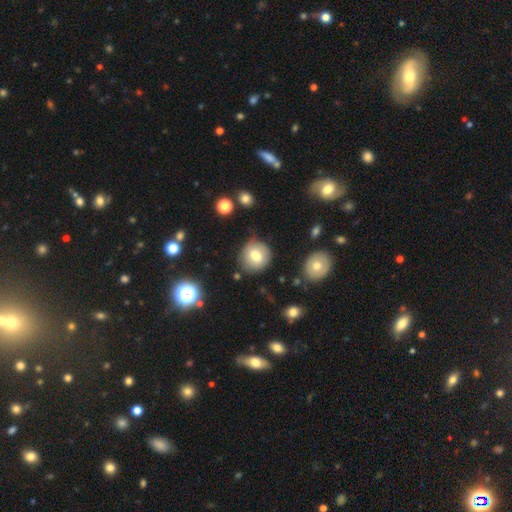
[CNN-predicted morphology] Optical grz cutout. It shows a smooth galaxy with no disk features (72%) that is round (86%). Merging: none (74%).